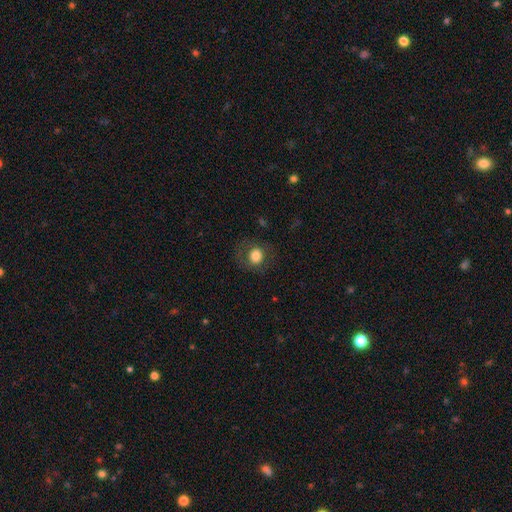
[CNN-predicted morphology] Smooth or featured: smooth — 76% (featured or disk — 14%)
How rounded: round — 74% (in between — 25%)
Merging: none — 77% (minor disturbance — 13%)